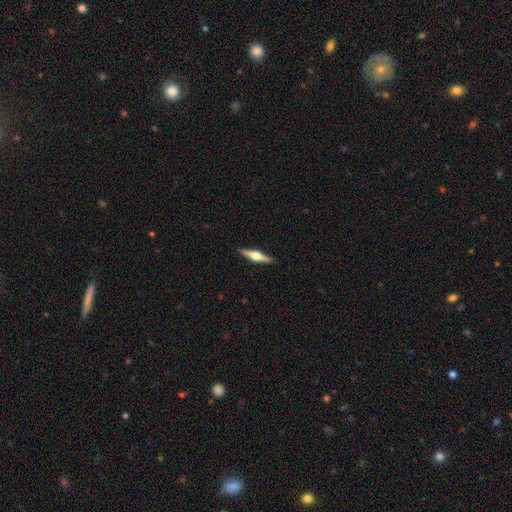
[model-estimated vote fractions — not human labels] smooth_or_featured: featured or disk (p=0.74) [alt: smooth p=0.21]
disk_edge_on: yes (p=0.98) [alt: no p=0.02]
edge_on_bulge: rounded (p=0.94) [alt: boxy p=0.05]
merging: none (p=0.91) [alt: minor disturbance p=0.06]